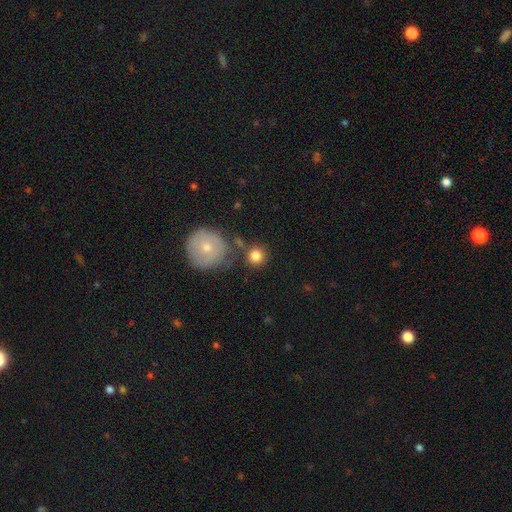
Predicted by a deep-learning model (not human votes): Smooth or featured? Predicted: smooth (p=0.83). How rounded? Predicted: round (p=0.93). Merging? Predicted: none (p=0.74).